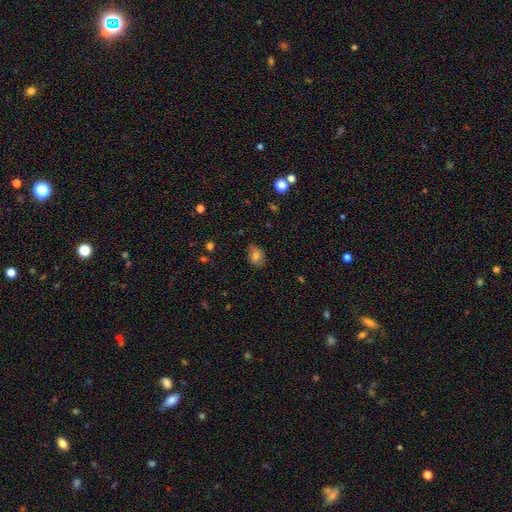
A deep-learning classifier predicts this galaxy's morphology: A smooth galaxy with no disk features (76%) that is in between round and cigar-shaped (65%). Merging: none (79%).